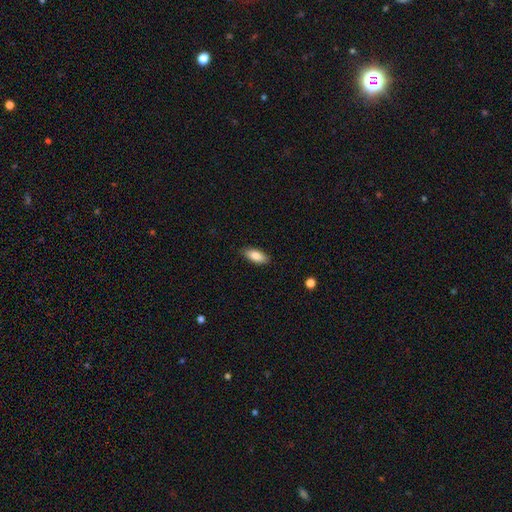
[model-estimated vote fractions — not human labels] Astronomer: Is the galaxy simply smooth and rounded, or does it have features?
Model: smooth — 85%.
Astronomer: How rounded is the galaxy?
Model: in between — 81%.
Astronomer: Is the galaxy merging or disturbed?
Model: none — 86%.